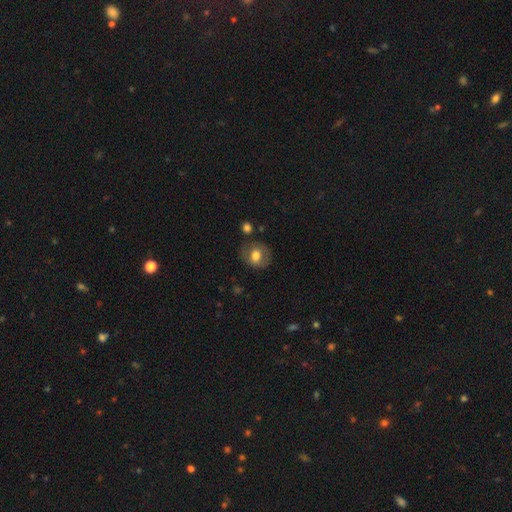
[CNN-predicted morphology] A smooth galaxy with no disk features (61%) that is round (68%). Merging: none (76%).